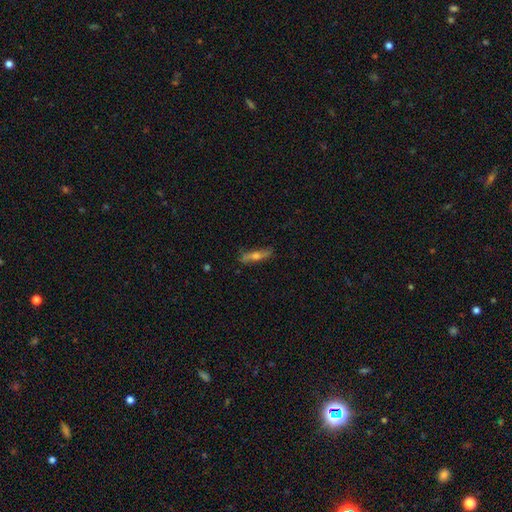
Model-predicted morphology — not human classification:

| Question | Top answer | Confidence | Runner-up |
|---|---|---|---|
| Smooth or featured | featured or disk | 58% | smooth (32%) |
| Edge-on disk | yes | 82% | no (18%) |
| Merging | none | 83% | minor disturbance (13%) |